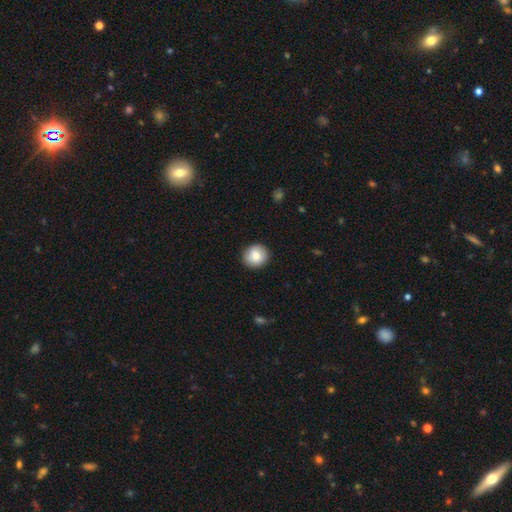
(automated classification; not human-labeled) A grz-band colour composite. It shows a smooth galaxy with no disk features (79%) that is round (85%). Merging: none (89%).